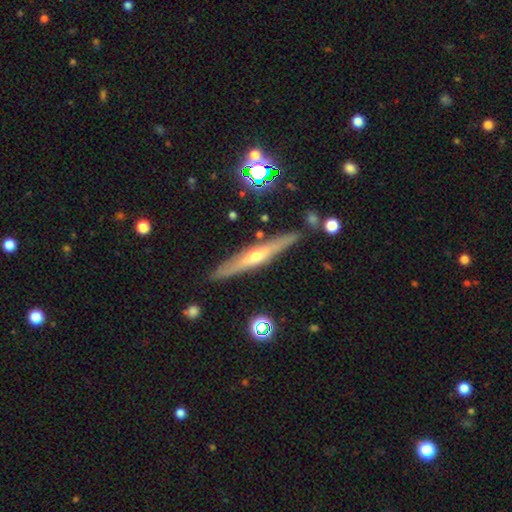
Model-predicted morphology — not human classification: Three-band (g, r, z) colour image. It shows a featured or disk galaxy (68%) viewed edge-on (95%) with a rounded central bulge (82%). Merging: none (88%).